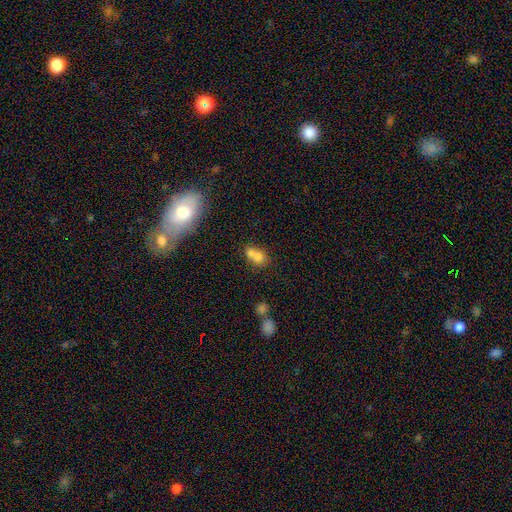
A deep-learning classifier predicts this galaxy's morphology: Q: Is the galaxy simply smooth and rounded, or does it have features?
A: smooth — 71%.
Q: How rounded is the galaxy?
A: round — 56%.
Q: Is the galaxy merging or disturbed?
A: merger — 60%.